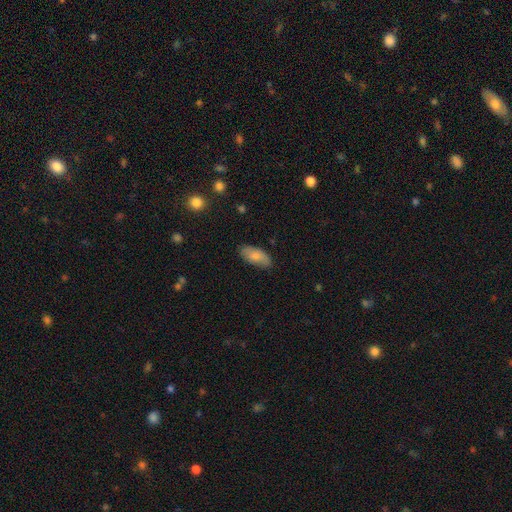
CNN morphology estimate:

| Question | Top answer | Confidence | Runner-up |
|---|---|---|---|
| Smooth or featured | smooth | 77% | featured or disk (17%) |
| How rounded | in between | 91% | cigar-shaped (7%) |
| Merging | none | 79% | minor disturbance (17%) |